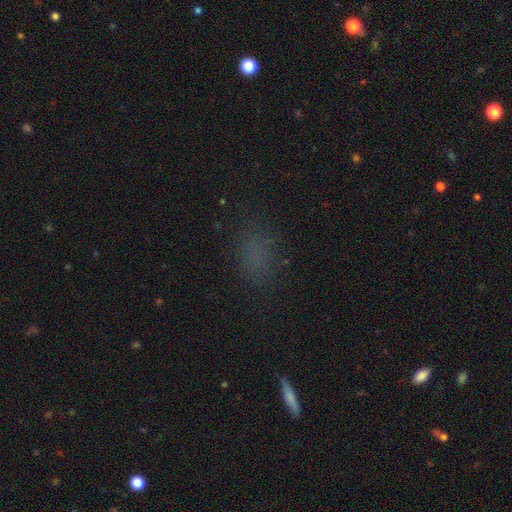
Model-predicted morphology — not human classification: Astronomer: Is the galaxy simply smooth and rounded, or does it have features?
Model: smooth — 67%.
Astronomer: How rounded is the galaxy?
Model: in between — 70%.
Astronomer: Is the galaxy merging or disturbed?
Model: none — 76%.